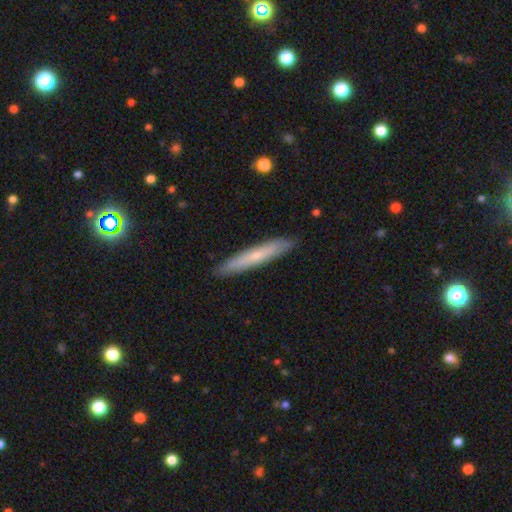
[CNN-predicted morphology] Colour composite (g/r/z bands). It shows a smooth galaxy with no disk features (54%) that is cigar-shaped (94%). Merging: none (89%).